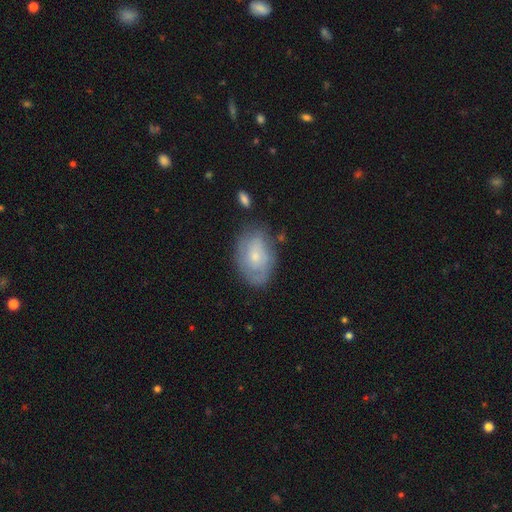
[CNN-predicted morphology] A featured or disk galaxy (48%).

Vote fractions:
- Smooth or featured? featured or disk: 48% / smooth: 45% / star or artifact: 7%
- Merging? none: 67% / minor disturbance: 23% / major disturbance: 7% / merger: 3%